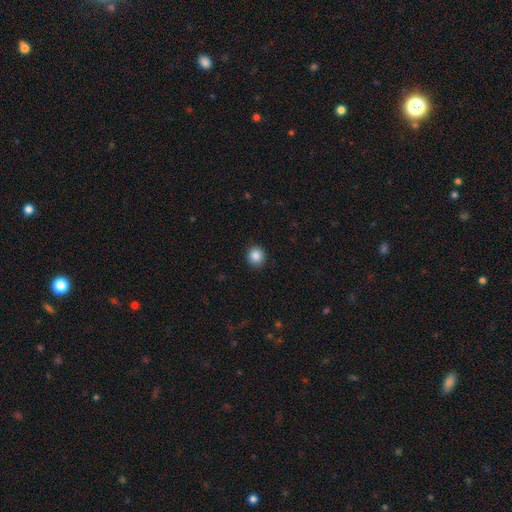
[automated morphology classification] Smooth or featured: smooth — 87% (star or artifact — 10%)
How rounded: round — 92% (in between — 7%)
Merging: none — 92% (minor disturbance — 6%)